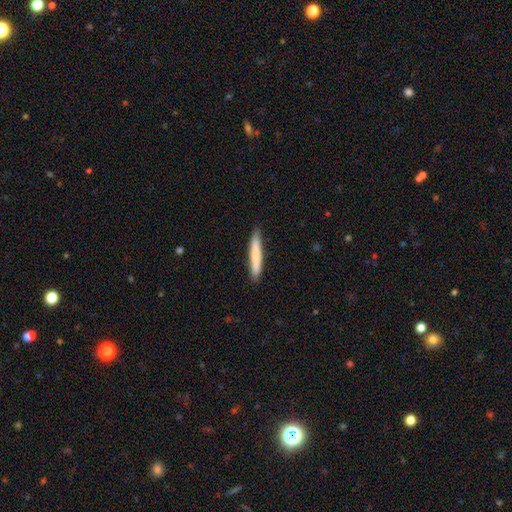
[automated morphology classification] This is likely a smooth galaxy (76%). How rounded: clearly cigar-shaped (95%). Merging: clearly none (86%).